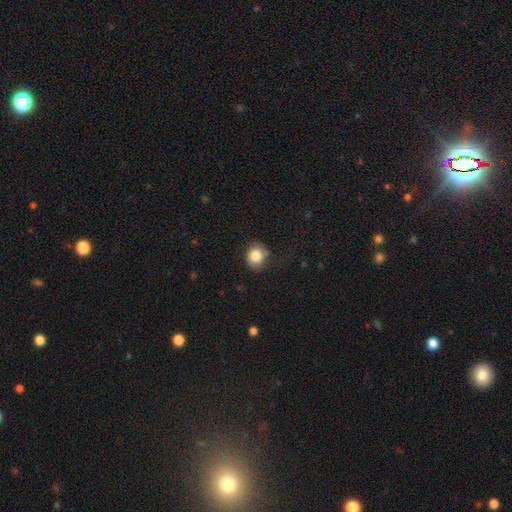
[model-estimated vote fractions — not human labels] Morphology: type=smooth (84%); roundness=round (75%); merging=none (76%).